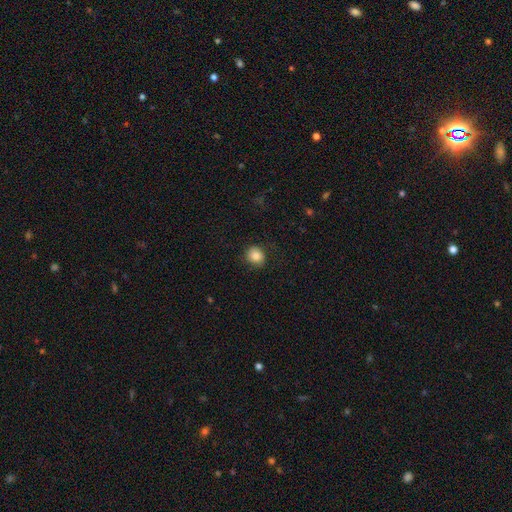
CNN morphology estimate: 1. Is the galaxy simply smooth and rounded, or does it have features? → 84% smooth, 10% star or artifact, 6% featured or disk.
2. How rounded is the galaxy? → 81% round, 18% in between, 1% cigar-shaped.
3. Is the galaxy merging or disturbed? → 85% none, 10% minor disturbance, 3% major disturbance, 1% merger.